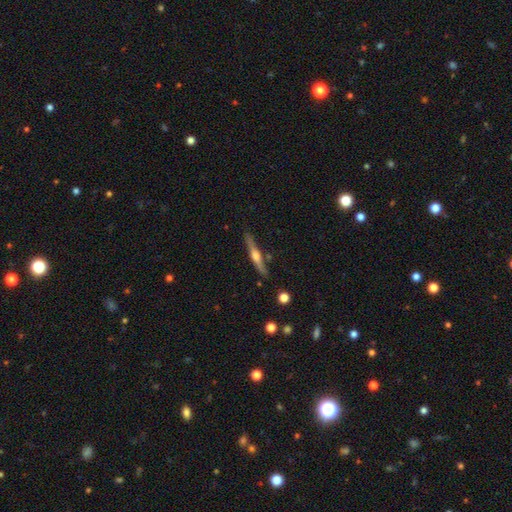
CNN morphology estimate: A featured or disk galaxy (67%) viewed edge-on (97%) with a rounded central bulge (86%). Merging: none (83%).